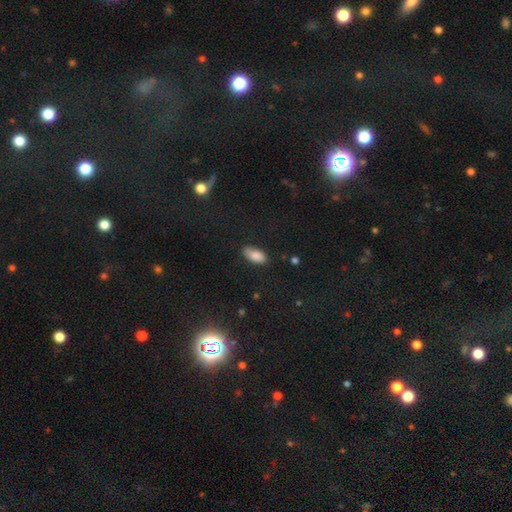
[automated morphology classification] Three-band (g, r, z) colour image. It shows a smooth galaxy with no disk features (85%) that is in between round and cigar-shaped (92%). Merging: none (77%).